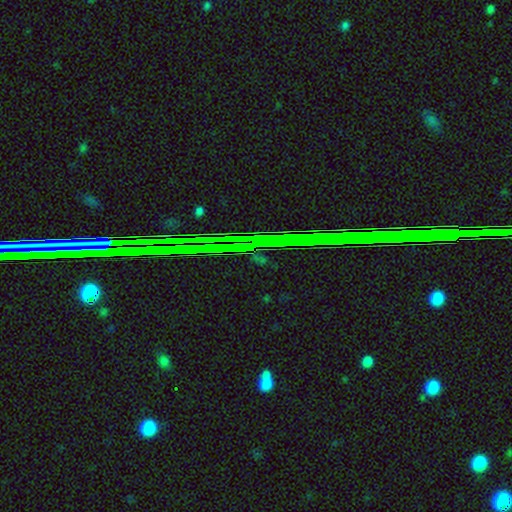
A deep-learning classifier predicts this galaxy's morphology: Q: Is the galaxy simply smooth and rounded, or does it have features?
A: star or artifact — 80%.